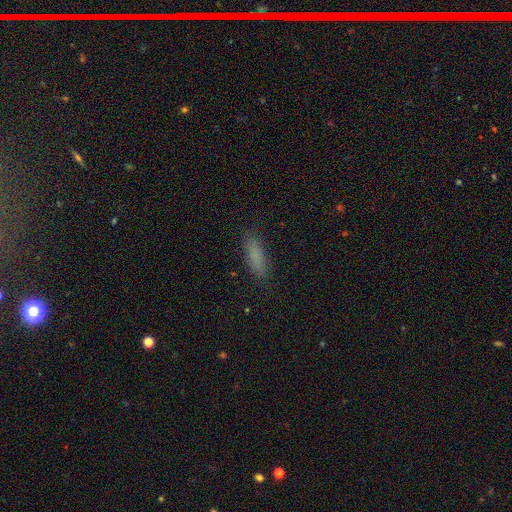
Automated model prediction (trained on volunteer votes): smooth 83%, star or artifact 9%, featured or disk 8%. Down the decision tree: how rounded — cigar-shaped (57%); merging — none (86%).